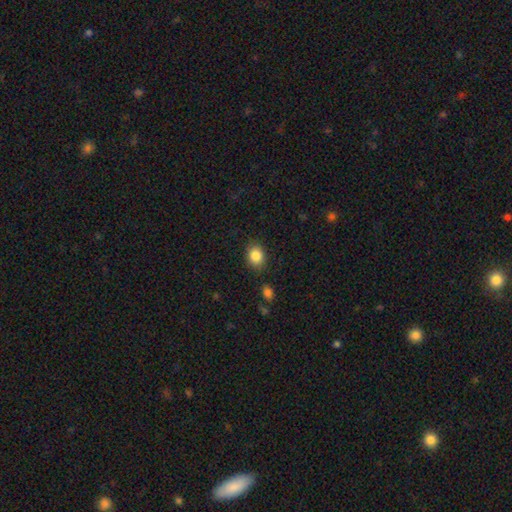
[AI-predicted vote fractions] The model was most divided on "how rounded": in between: 54%, round: 45%, cigar-shaped: 1%. More confident: smooth or featured — smooth (85%); merging — none (85%).